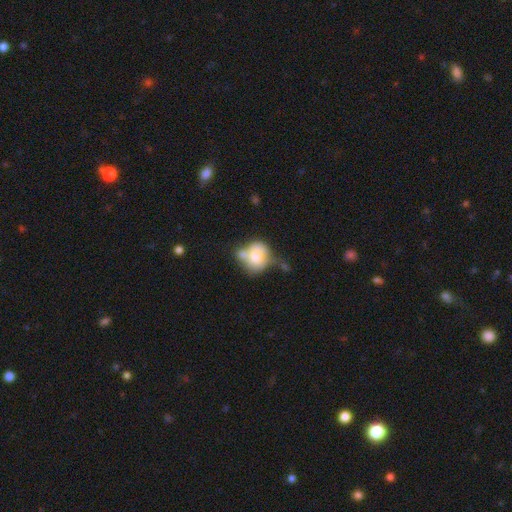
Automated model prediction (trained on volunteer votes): The model was most divided on "merging": merger: 38%, none: 31%, minor disturbance: 20%, major disturbance: 11%. More confident: smooth or featured — smooth (70%); how rounded — round (68%).